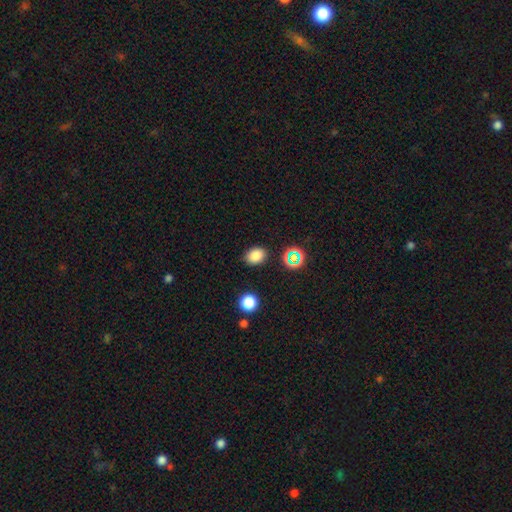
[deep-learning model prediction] The model was most divided on "how rounded": in between: 64%, round: 35%, cigar-shaped: 1%. More confident: merging — none (85%); smooth or featured — smooth (80%).